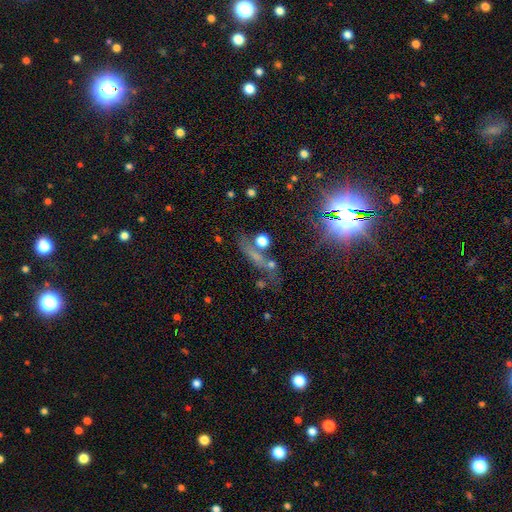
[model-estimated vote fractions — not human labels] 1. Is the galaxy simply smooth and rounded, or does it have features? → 37% star or artifact, 36% smooth, 26% featured or disk.